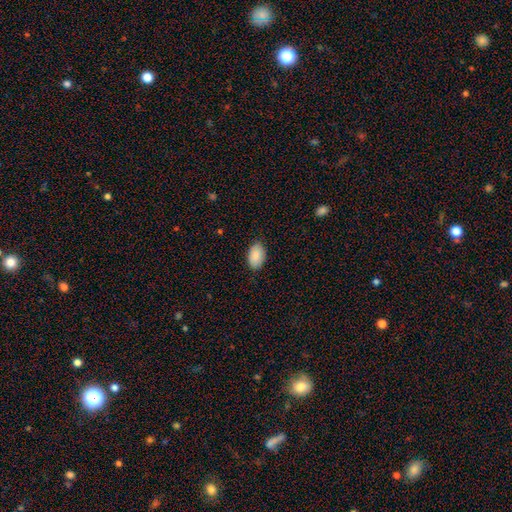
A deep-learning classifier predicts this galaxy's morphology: type=smooth (89%); roundness=in between (94%); merging=none (84%).